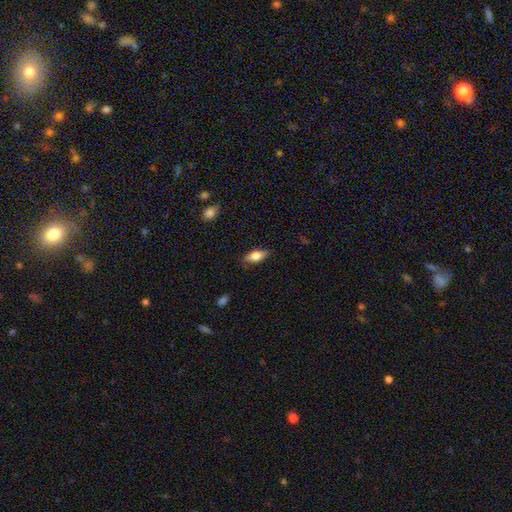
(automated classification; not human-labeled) Smooth or featured? Predicted: smooth (p=0.69). How rounded? Predicted: in between (p=0.79). Merging? Predicted: none (p=0.84).